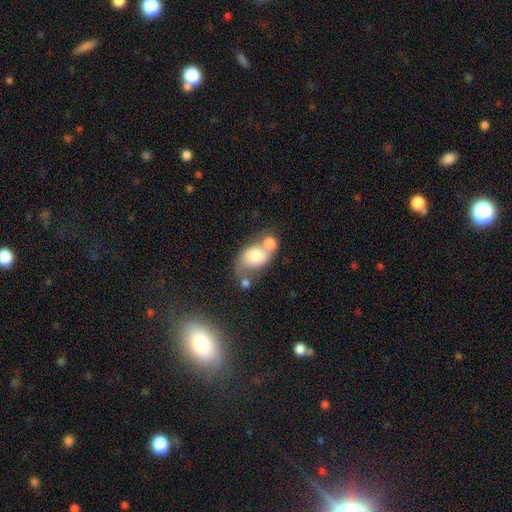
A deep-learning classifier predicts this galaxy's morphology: smooth-or-featured: smooth: 64% | featured or disk: 27% | star or artifact: 9%
  how-rounded: in between: 71% | round: 27% | cigar-shaped: 2%
  merging: merger: 57% | none: 21% | minor disturbance: 12% | major disturbance: 11%